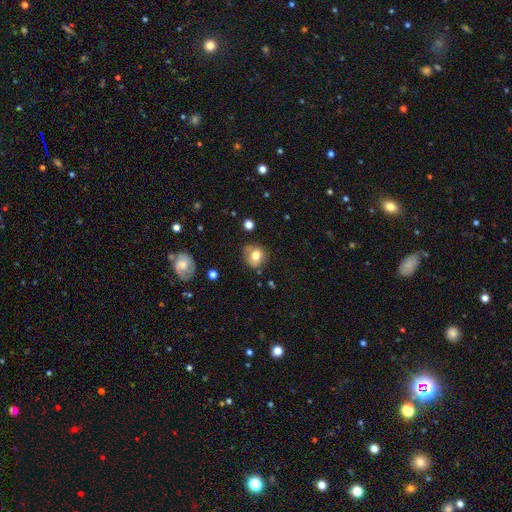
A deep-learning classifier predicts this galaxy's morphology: Smooth or featured: smooth — 74% (featured or disk — 16%)
How rounded: round — 73% (in between — 26%)
Merging: none — 65% (minor disturbance — 23%)